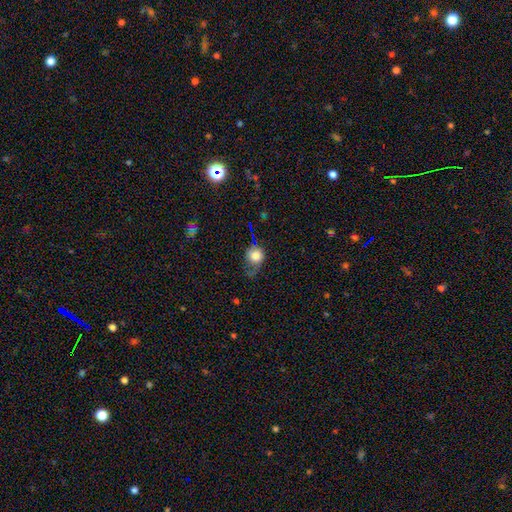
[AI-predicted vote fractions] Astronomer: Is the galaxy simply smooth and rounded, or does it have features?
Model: smooth — 78%.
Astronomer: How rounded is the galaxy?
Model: round — 80%.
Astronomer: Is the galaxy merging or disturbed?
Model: none — 42% (runner-up: minor disturbance, 31%).